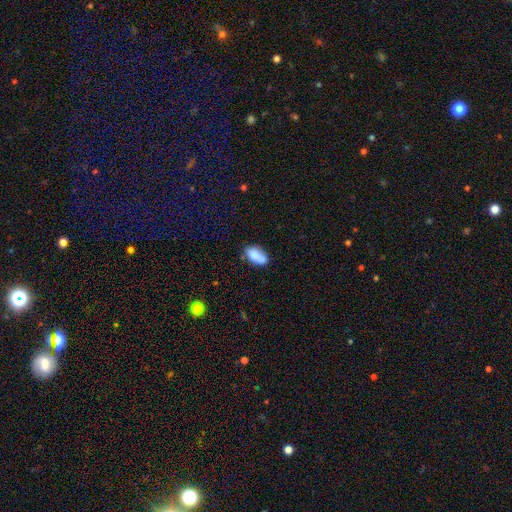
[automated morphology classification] Q: Smooth or featured?
A: smooth (82%); runner-up: featured or disk (10%)
Q: How rounded?
A: in between (90%); runner-up: cigar-shaped (6%)
Q: Merging?
A: none (60%); runner-up: minor disturbance (22%)